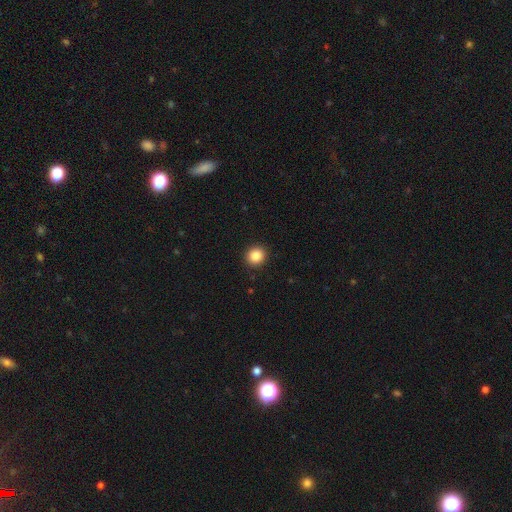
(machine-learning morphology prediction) Smooth or featured?
  - smooth: 87% *
  - star or artifact: 9%
  - featured or disk: 3%
How rounded?
  - round: 88% *
  - in between: 11%
  - cigar-shaped: 1%
Merging?
  - none: 92% *
  - minor disturbance: 5%
  - major disturbance: 2%
  - merger: 1%